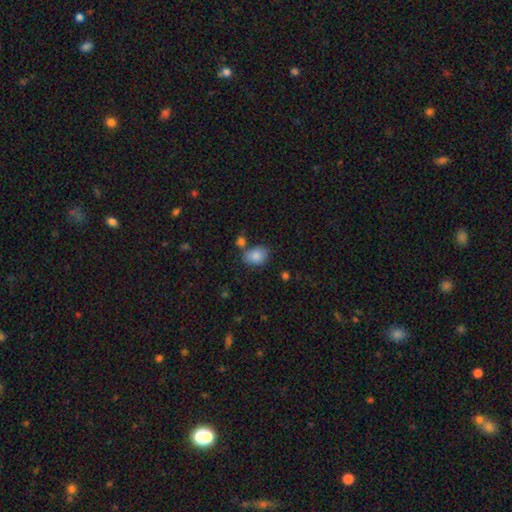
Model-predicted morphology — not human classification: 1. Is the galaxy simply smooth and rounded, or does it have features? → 86% smooth, 8% star or artifact, 6% featured or disk.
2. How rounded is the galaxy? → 72% in between, 27% round, 1% cigar-shaped.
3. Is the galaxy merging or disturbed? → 63% none, 19% minor disturbance, 14% merger, 5% major disturbance.